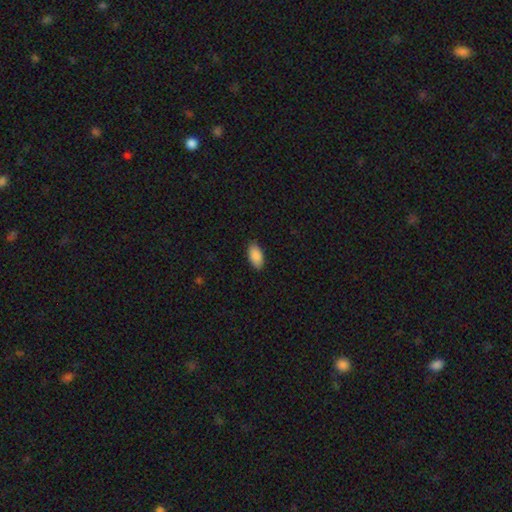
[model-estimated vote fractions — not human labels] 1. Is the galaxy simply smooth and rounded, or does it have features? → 90% smooth, 6% star or artifact, 4% featured or disk.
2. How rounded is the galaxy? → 95% in between, 3% cigar-shaped, 2% round.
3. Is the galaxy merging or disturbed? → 88% none, 9% minor disturbance, 2% major disturbance, 1% merger.